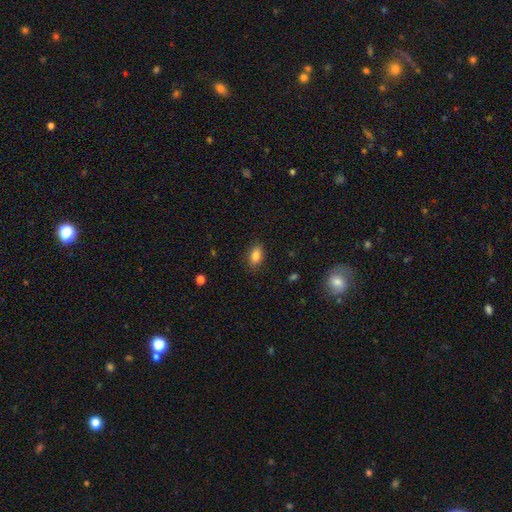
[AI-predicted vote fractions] Smooth or featured? smooth (84%)
How rounded? in between (86%)
Merging? none (85%)